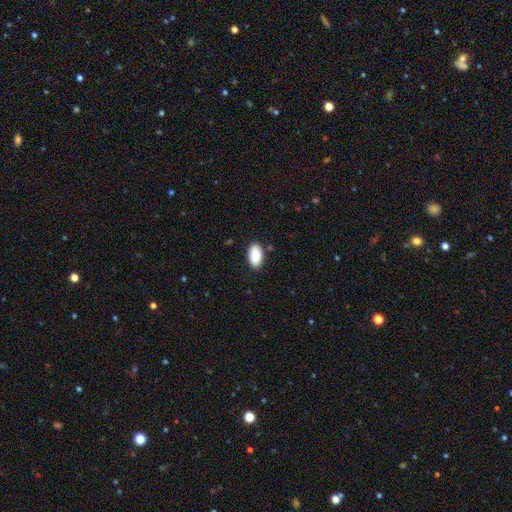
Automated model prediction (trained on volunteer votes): smooth_or_featured: smooth (p=0.89) [alt: star or artifact p=0.06]
how_rounded: in between (p=0.95) [alt: round p=0.03]
merging: none (p=0.86) [alt: minor disturbance p=0.11]